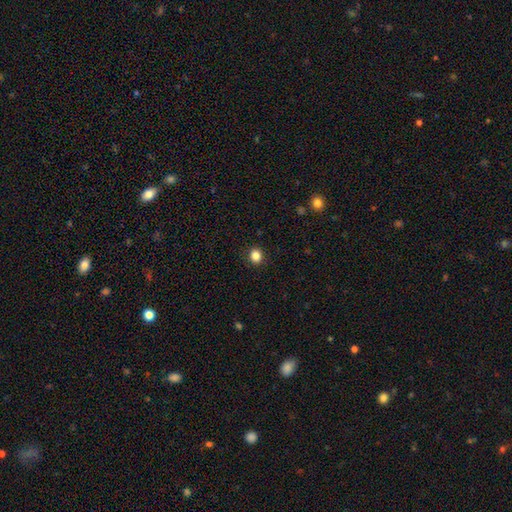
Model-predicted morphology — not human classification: The model was most divided on "how rounded": round: 79%, in between: 20%, cigar-shaped: 1%. More confident: merging — none (90%); smooth or featured — smooth (85%).